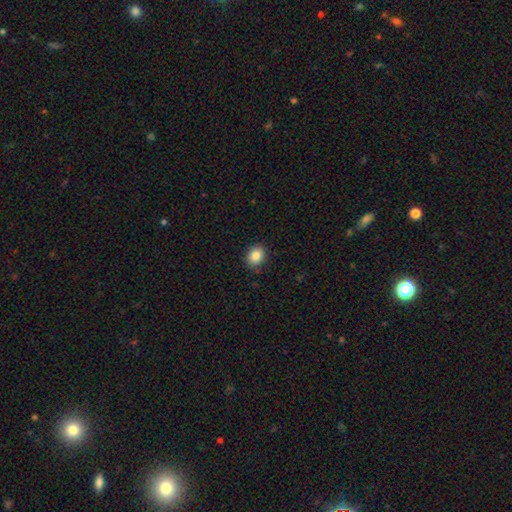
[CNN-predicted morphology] Smooth or featured: smooth — 86% (star or artifact — 9%)
How rounded: in between — 54% (round — 45%)
Merging: none — 87% (minor disturbance — 9%)